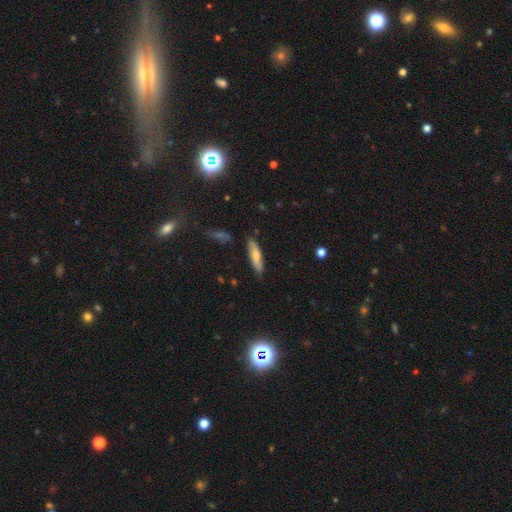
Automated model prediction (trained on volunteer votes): The model was most divided on "smooth or featured": smooth: 67%, featured or disk: 26%, star or artifact: 6%. More confident: merging — none (83%); how rounded — cigar-shaped (76%).